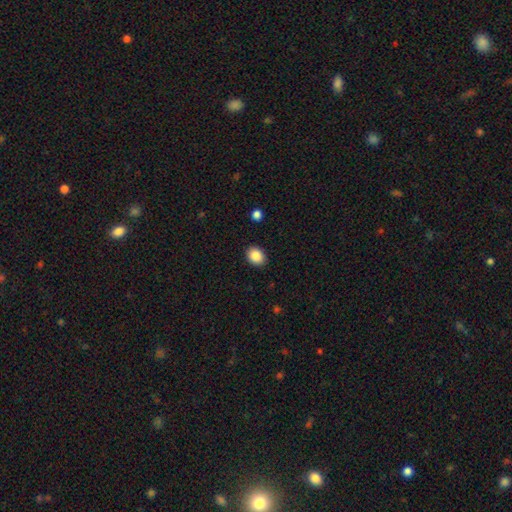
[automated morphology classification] smooth_or_featured: smooth (p=0.88) [alt: star or artifact p=0.08]
how_rounded: in between (p=0.56) [alt: round p=0.43]
merging: none (p=0.90) [alt: minor disturbance p=0.07]